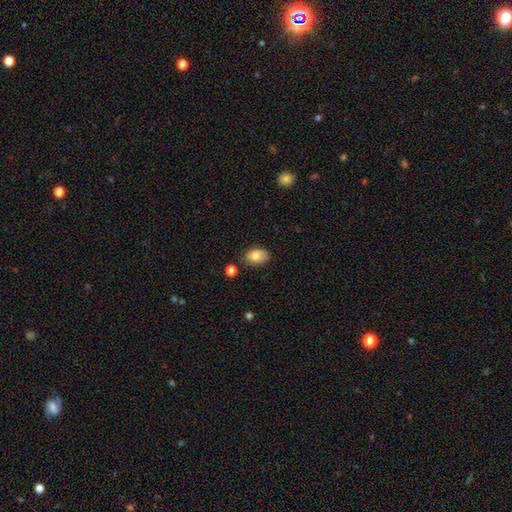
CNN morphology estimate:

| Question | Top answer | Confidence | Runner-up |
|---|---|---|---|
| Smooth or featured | smooth | 80% | featured or disk (12%) |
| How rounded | in between | 86% | round (13%) |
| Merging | none | 73% | minor disturbance (20%) |